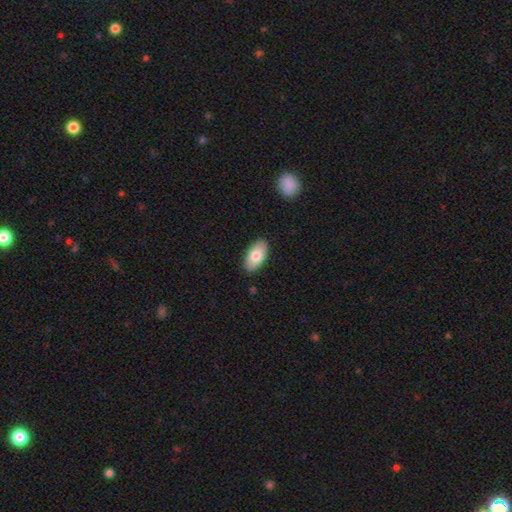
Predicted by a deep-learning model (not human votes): smooth_or_featured: smooth (p=0.77) [alt: featured or disk p=0.16]
how_rounded: in between (p=0.94) [alt: cigar-shaped p=0.03]
merging: none (p=0.87) [alt: minor disturbance p=0.10]